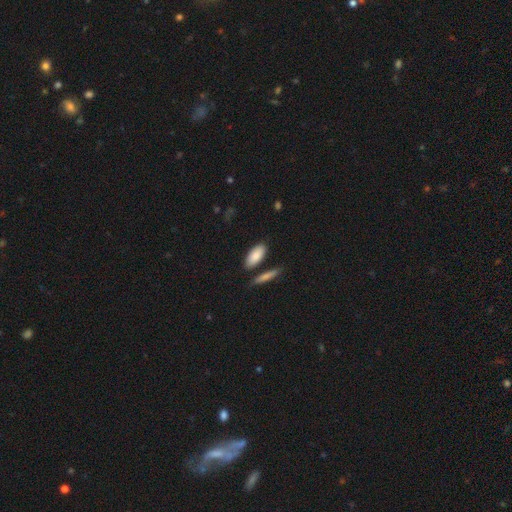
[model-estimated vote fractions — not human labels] The model was most divided on "how rounded": in between: 80%, cigar-shaped: 17%, round: 2%. More confident: smooth or featured — smooth (86%); merging — none (76%).